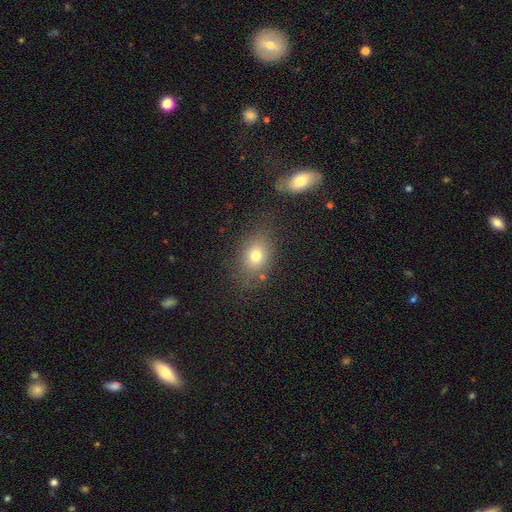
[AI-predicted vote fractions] The model was most divided on "how rounded": in between: 63%, round: 36%, cigar-shaped: 2%. More confident: merging — none (74%); smooth or featured — smooth (74%).